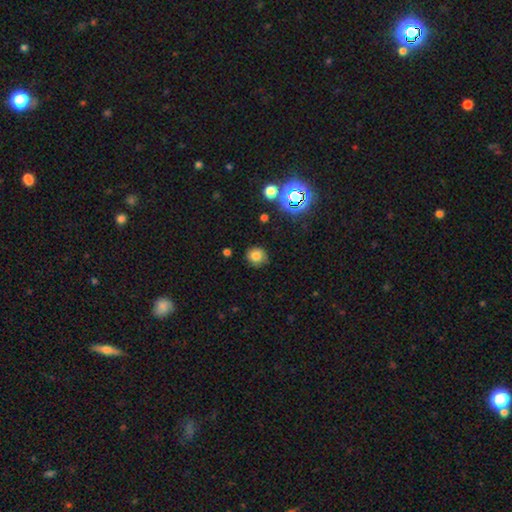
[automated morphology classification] This is likely a smooth galaxy (78%). How rounded: clearly round (87%). Merging: clearly none (82%).